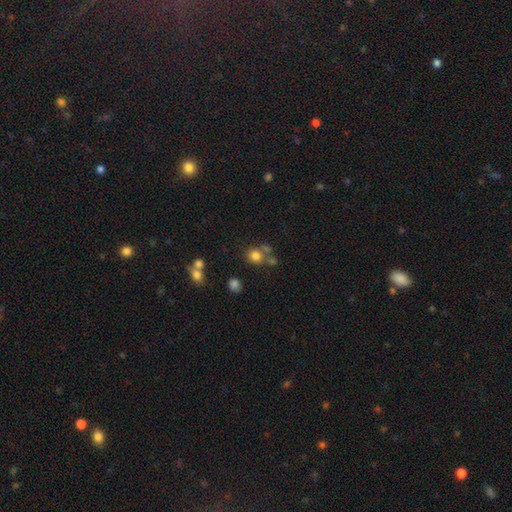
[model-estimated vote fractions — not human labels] Smooth or featured?
  - smooth: 76% *
  - star or artifact: 15%
  - featured or disk: 9%
How rounded?
  - round: 83% *
  - in between: 16%
  - cigar-shaped: 1%
Merging?
  - none: 60% *
  - merger: 24%
  - minor disturbance: 10%
  - major disturbance: 5%